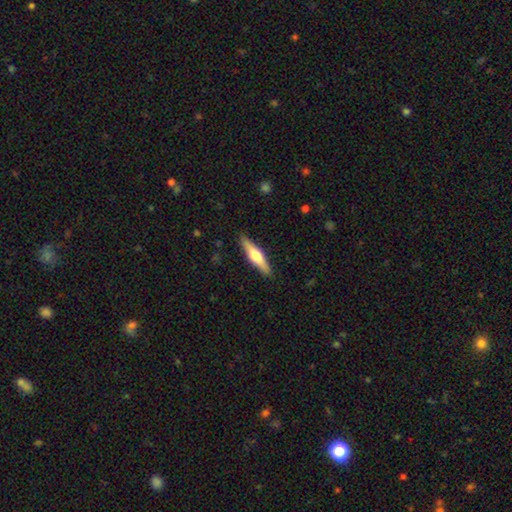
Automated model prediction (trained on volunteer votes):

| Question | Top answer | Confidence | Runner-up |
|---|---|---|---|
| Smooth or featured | featured or disk | 55% | smooth (40%) |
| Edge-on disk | yes | 95% | no (5%) |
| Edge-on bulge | rounded | 93% | boxy (4%) |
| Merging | none | 90% | minor disturbance (7%) |